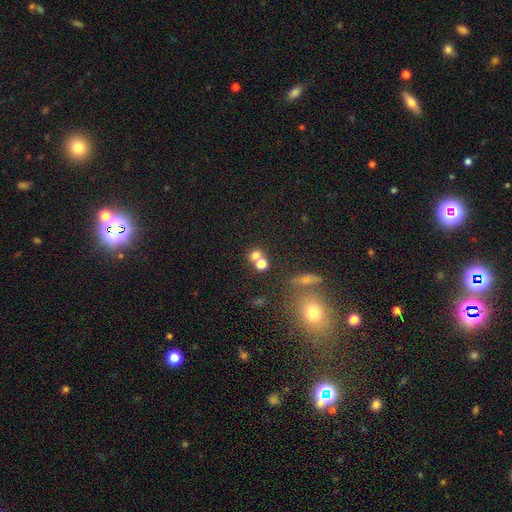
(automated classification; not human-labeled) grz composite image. It shows a smooth galaxy with no disk features (71%) that is round (74%). Merging: merger (47%).